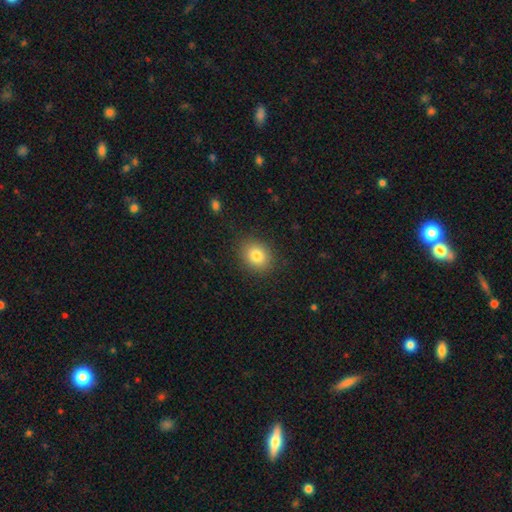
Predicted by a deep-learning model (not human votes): Smooth or featured: smooth — 82% (star or artifact — 10%)
How rounded: round — 55% (in between — 44%)
Merging: none — 87% (minor disturbance — 9%)